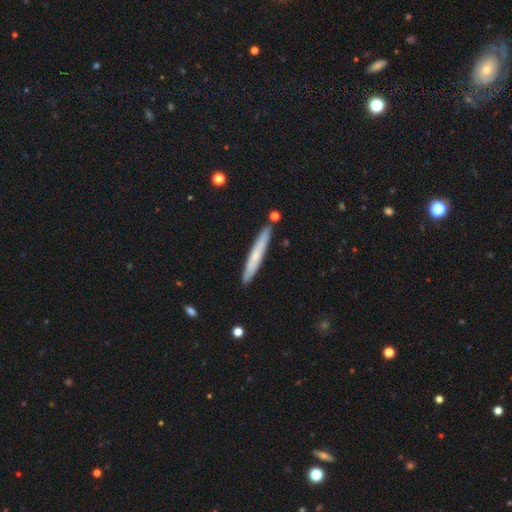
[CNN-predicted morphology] Q: Smooth or featured?
A: smooth (58%); runner-up: featured or disk (37%)
Q: How rounded?
A: cigar-shaped (96%); runner-up: in between (3%)
Q: Merging?
A: none (87%); runner-up: minor disturbance (8%)